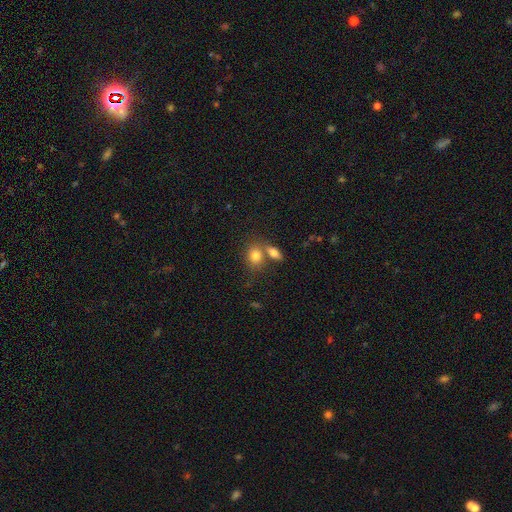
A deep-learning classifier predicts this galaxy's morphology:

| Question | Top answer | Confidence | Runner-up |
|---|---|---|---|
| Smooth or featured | smooth | 80% | featured or disk (11%) |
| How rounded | in between | 54% | round (44%) |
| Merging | none | 45% | merger (42%) |